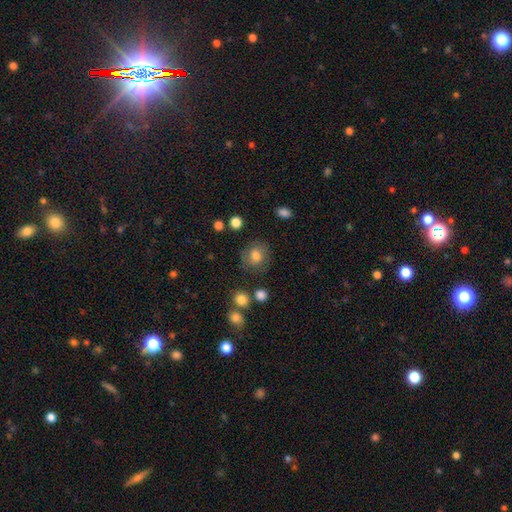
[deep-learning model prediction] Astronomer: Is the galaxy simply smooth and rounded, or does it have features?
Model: smooth — 76%.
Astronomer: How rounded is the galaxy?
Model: round — 80%.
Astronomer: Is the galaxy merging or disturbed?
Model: none — 77%.